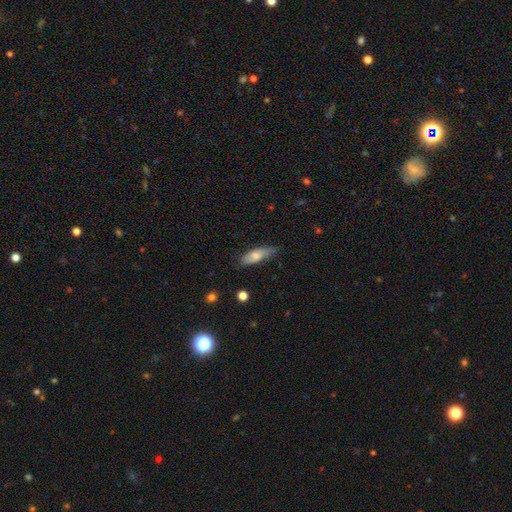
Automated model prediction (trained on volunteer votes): This is likely a smooth galaxy (71%). How rounded: possibly in between (57%). Merging: likely none (65%).